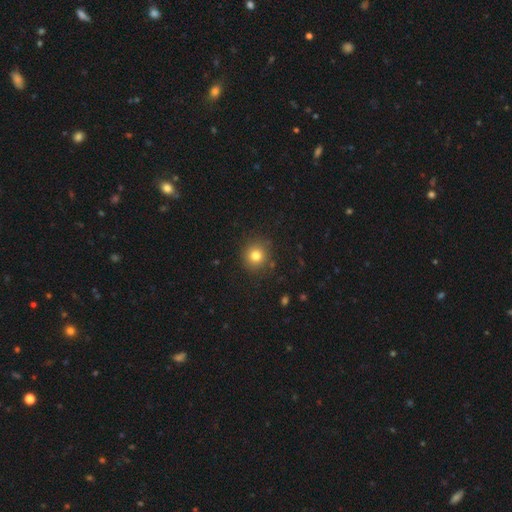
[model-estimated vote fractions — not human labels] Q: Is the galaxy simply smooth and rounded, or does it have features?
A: smooth — 79%.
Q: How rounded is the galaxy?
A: round — 90%.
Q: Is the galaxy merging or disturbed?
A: none — 87%.